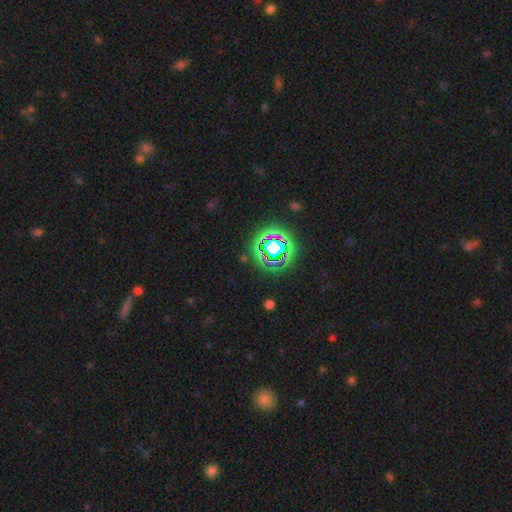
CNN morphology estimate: The model was most divided on "smooth or featured": star or artifact: 76%, smooth: 17%, featured or disk: 7%.